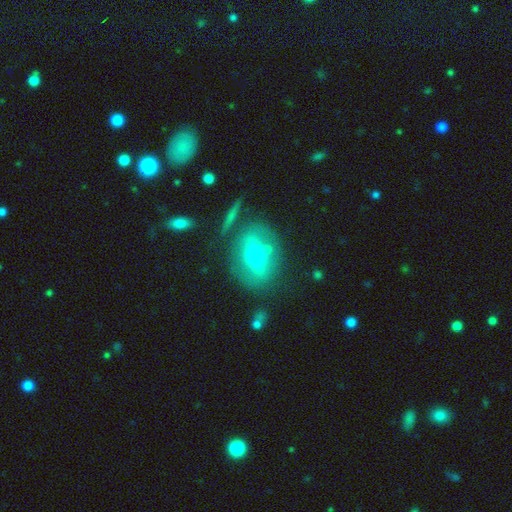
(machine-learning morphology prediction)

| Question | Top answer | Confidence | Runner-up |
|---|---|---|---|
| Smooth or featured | featured or disk | 48% | smooth (43%) |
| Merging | none | 71% | minor disturbance (14%) |